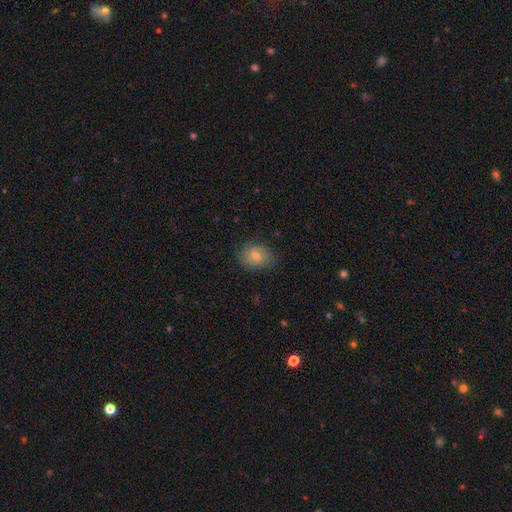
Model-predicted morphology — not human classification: smooth 57%, featured or disk 31%, star or artifact 12%. Down the decision tree: how rounded — in between (50%); merging — none (78%).